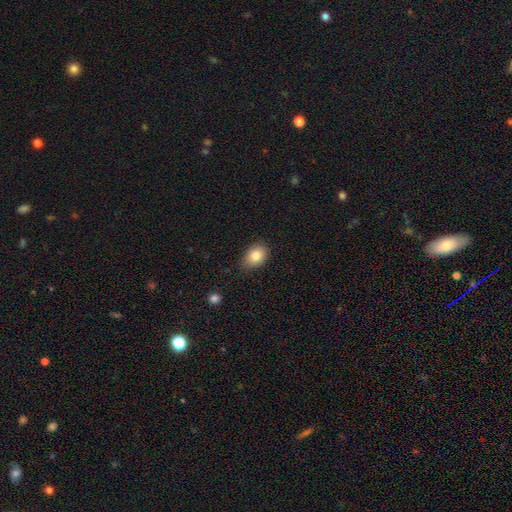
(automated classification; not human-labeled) Morphology: type=smooth (81%); roundness=in between (71%); merging=none (75%).